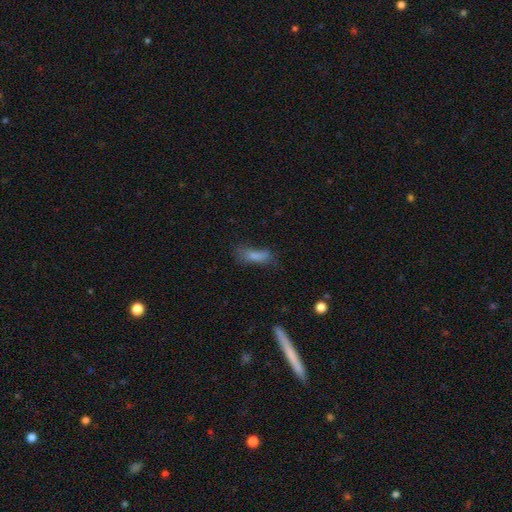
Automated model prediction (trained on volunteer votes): Smooth or featured? Predicted: smooth (p=0.74). How rounded? Predicted: in between (p=0.63). Merging? Predicted: none (p=0.45).